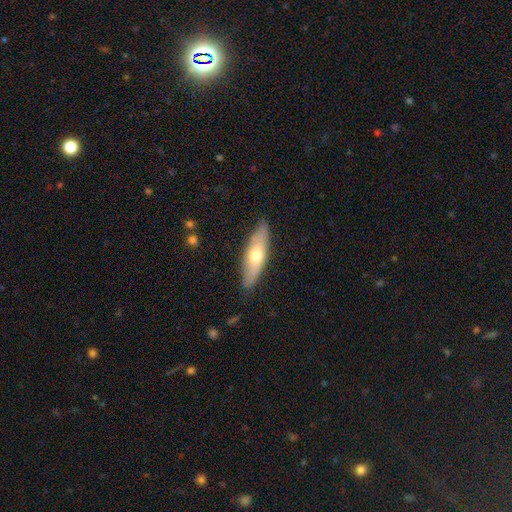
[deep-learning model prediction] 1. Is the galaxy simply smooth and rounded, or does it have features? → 55% smooth, 40% featured or disk, 5% star or artifact.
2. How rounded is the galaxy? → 50% cigar-shaped, 48% in between, 2% round.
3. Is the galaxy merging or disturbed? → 85% none, 11% minor disturbance, 2% major disturbance, 1% merger.